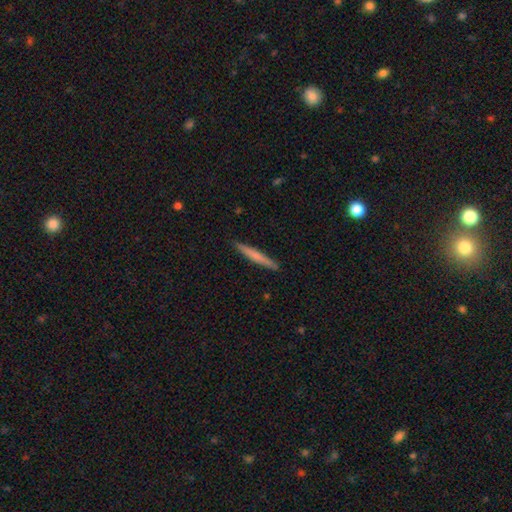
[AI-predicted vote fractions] Q: Smooth or featured?
A: smooth (61%); runner-up: featured or disk (34%)
Q: How rounded?
A: cigar-shaped (96%); runner-up: in between (3%)
Q: Merging?
A: none (92%); runner-up: minor disturbance (6%)